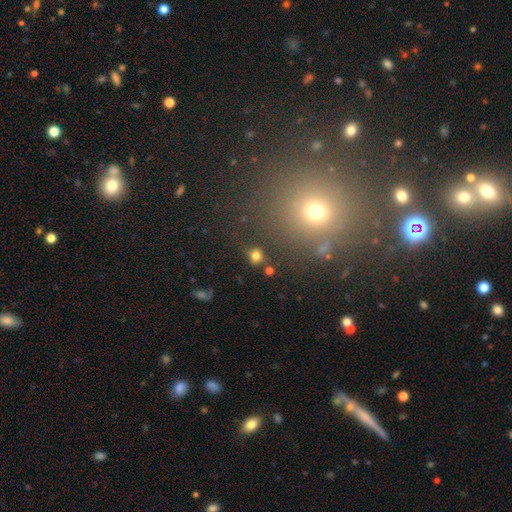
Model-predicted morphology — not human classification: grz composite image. It shows a smooth galaxy with no disk features (77%) that is round (78%). Merging: none (74%).